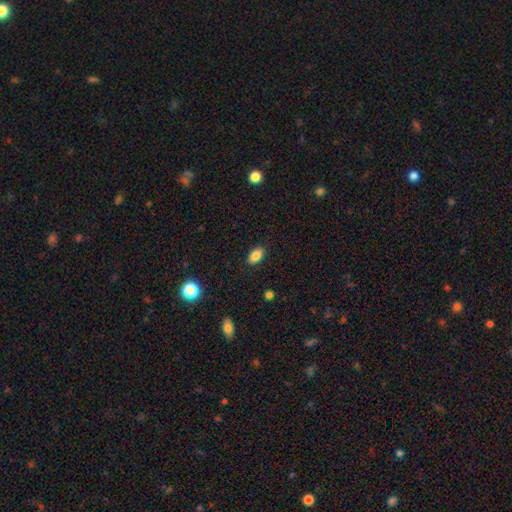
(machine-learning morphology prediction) A smooth galaxy with no disk features (85%) that is in between round and cigar-shaped (89%).

Vote fractions:
- Smooth or featured? smooth: 85% / star or artifact: 9% / featured or disk: 6%
- How rounded? in between: 89% / round: 9% / cigar-shaped: 2%
- Merging? none: 88% / minor disturbance: 8% / major disturbance: 2% / merger: 1%